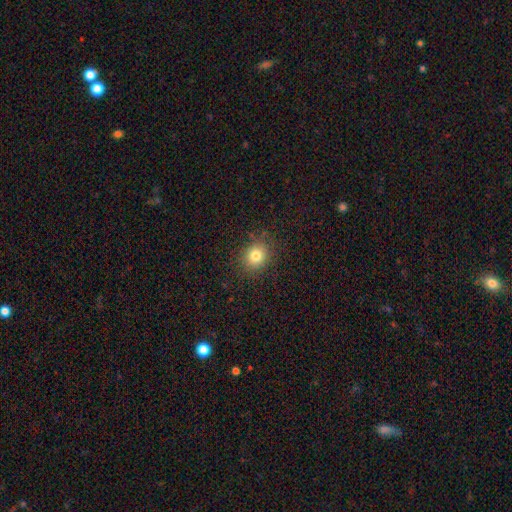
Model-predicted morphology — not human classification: Q: Smooth or featured?
A: smooth (80%); runner-up: star or artifact (13%)
Q: How rounded?
A: round (73%); runner-up: in between (26%)
Q: Merging?
A: none (86%); runner-up: minor disturbance (10%)